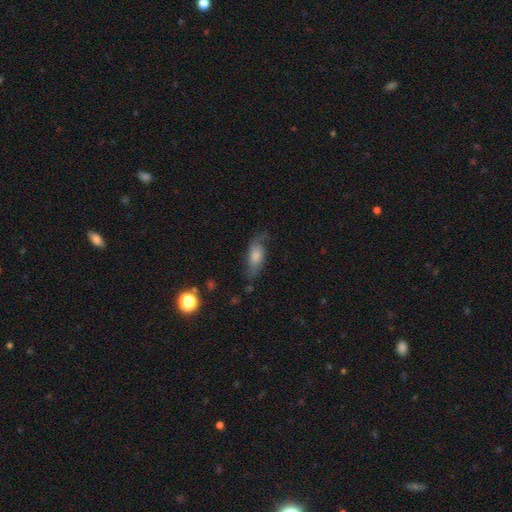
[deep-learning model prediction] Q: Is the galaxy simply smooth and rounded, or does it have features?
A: smooth — 64%.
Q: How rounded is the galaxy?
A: in between — 79%.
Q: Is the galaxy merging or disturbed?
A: none — 54%.